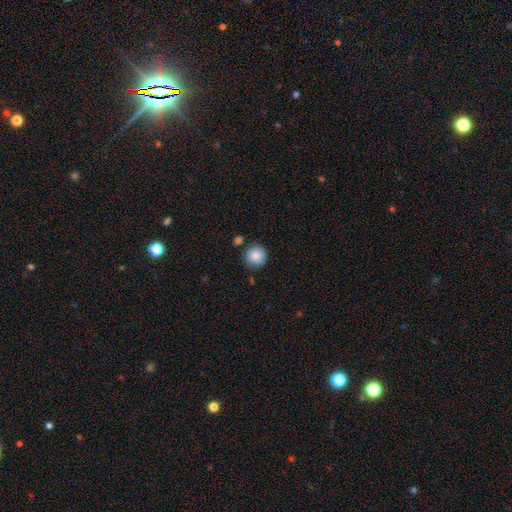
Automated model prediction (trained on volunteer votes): Overall: smooth (85%). How rounded: round (93%). Merging: none (79%).